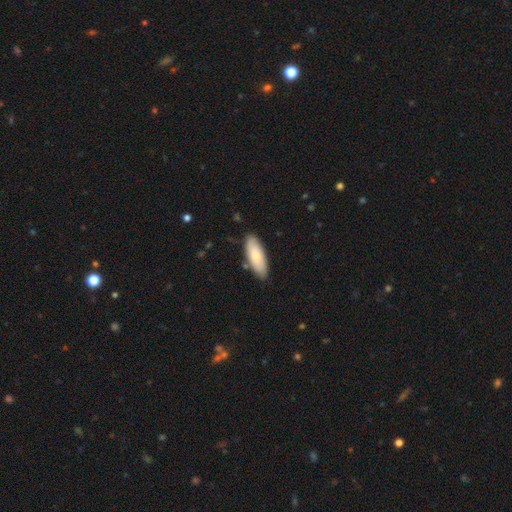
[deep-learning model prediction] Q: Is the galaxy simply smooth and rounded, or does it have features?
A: smooth — 77%.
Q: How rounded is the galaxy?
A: in between — 71%.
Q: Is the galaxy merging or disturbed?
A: none — 83%.